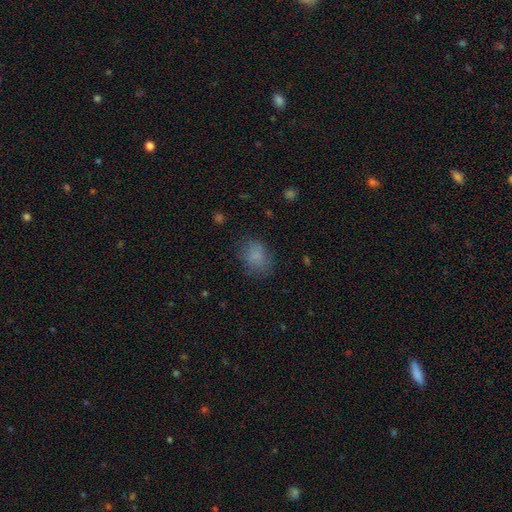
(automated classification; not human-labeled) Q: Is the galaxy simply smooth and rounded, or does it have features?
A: smooth — 81%.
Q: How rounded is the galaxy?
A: in between — 59%.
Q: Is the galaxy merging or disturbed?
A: none — 73%.